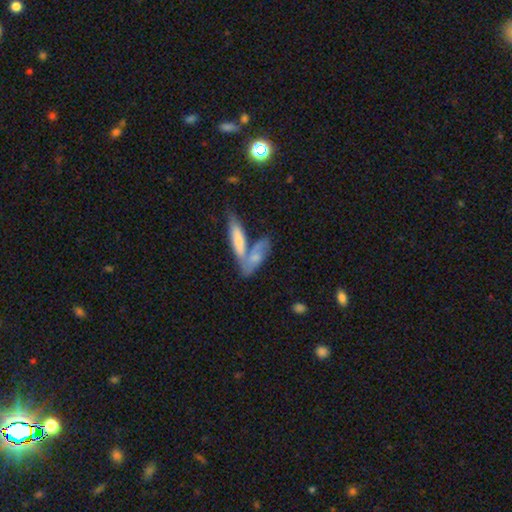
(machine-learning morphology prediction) This is possibly a smooth galaxy (59%). How rounded: possibly in between (55%). Merging: possibly merger (56%).